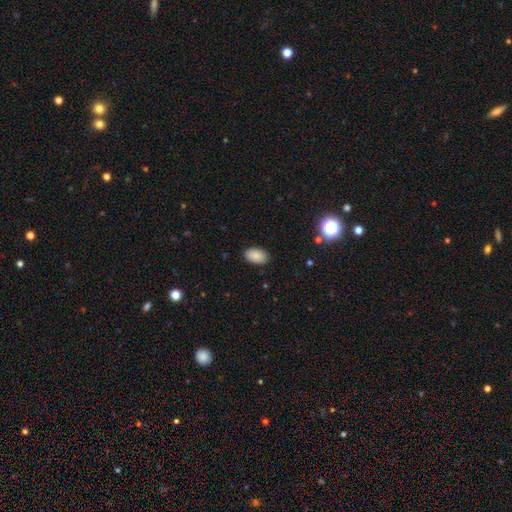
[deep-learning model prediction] This appears to be a smooth galaxy with no disk features (88%) that is in between round and cigar-shaped (94%). Merging: none (88%).